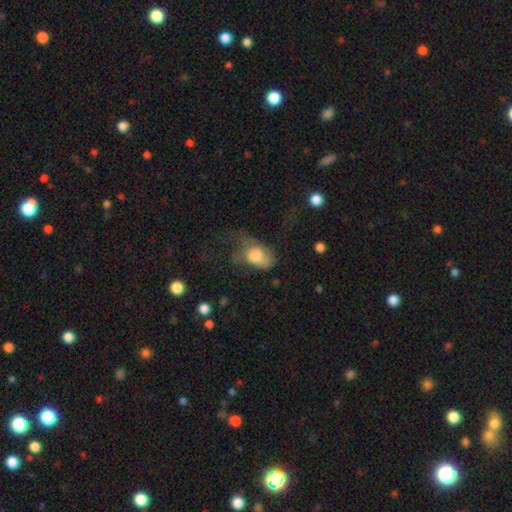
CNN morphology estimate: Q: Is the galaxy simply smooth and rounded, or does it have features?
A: smooth — 67%.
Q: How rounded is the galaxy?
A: in between — 81%.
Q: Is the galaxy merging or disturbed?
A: major disturbance — 51%.